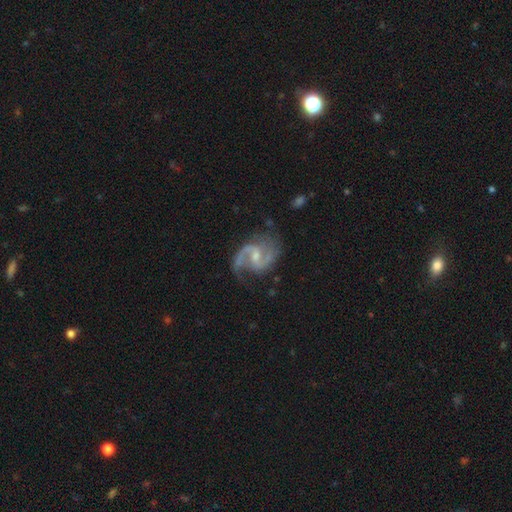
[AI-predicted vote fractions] This appears to be a featured or disk galaxy (91%) with a weak bar (57%), 2 (91%) medium (57%) spiral arms (98%) and a small central bulge (46%). Merging: none (70%).